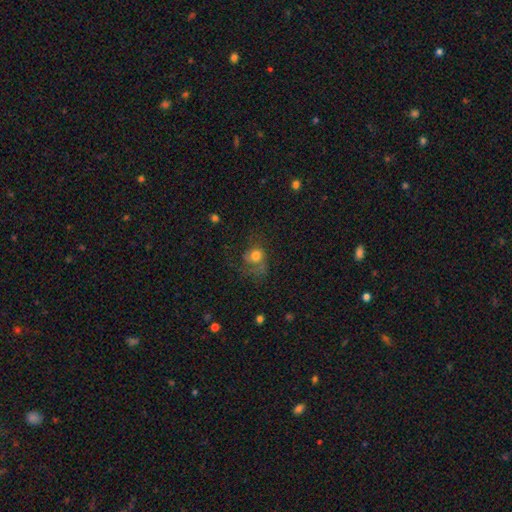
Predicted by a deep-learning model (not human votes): Smooth or featured? smooth (53%)
How rounded? round (70%)
Merging? none (42%)